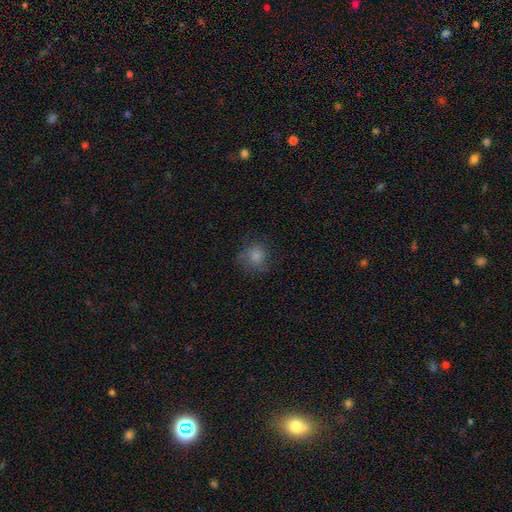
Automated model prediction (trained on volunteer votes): Smooth or featured? Predicted: smooth (p=0.79). How rounded? Predicted: round (p=0.83). Merging? Predicted: none (p=0.70).